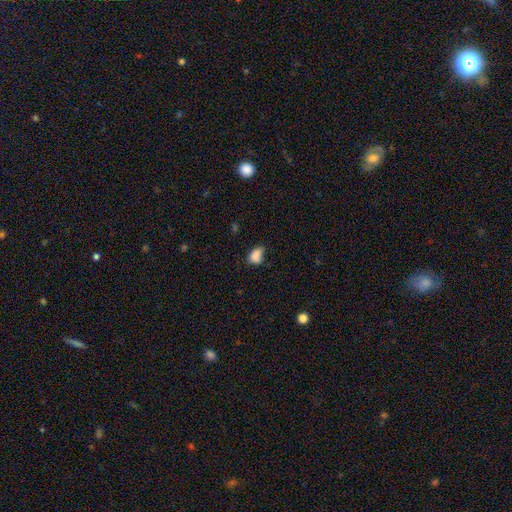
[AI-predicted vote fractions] Smooth or featured? smooth (84%)
How rounded? in between (81%)
Merging? none (49%)